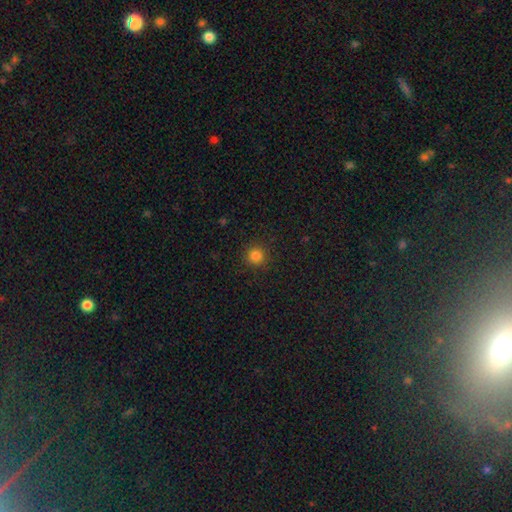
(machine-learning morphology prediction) This appears to be a smooth galaxy with no disk features (83%) that is round (95%). Merging: none (91%).